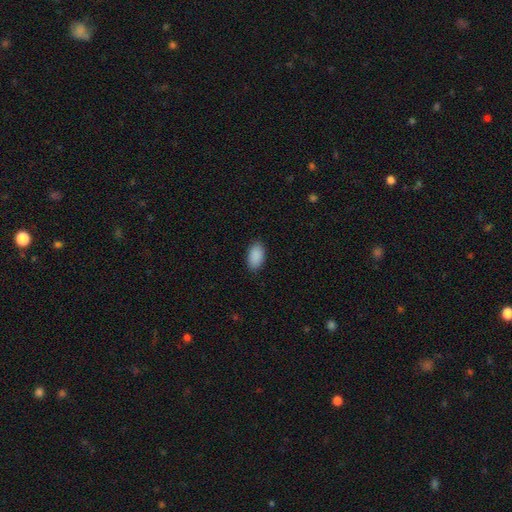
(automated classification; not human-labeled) smooth 91%, star or artifact 7%, featured or disk 3%. Down the decision tree: how rounded — in between (94%); merging — none (88%).